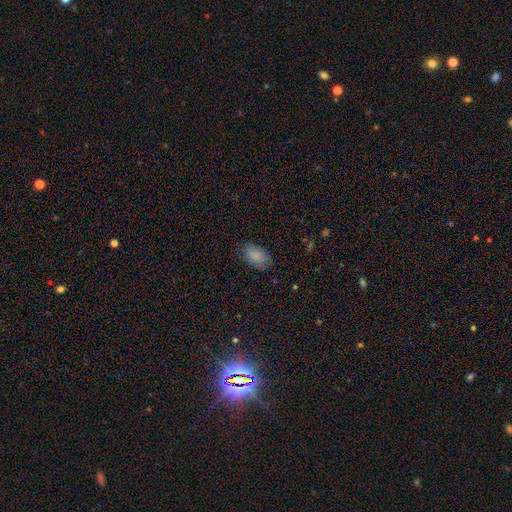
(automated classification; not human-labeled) smooth-or-featured: smooth: 85% | star or artifact: 8% | featured or disk: 7%
  how-rounded: in between: 92% | round: 6% | cigar-shaped: 2%
  merging: none: 82% | minor disturbance: 14% | major disturbance: 3% | merger: 1%